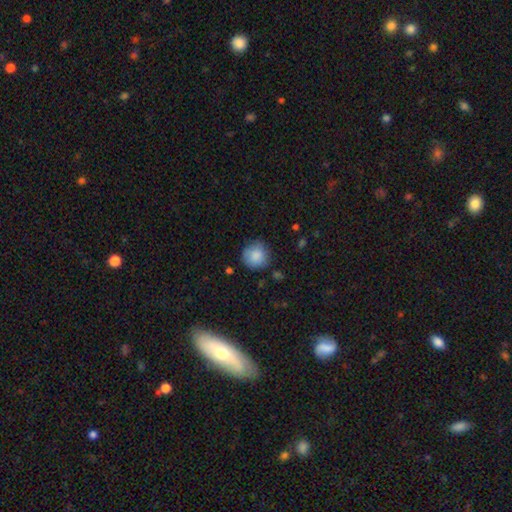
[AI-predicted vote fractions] Smooth or featured?
  - smooth: 86% *
  - star or artifact: 8%
  - featured or disk: 6%
How rounded?
  - round: 91% *
  - in between: 8%
  - cigar-shaped: 1%
Merging?
  - none: 77% *
  - minor disturbance: 17%
  - major disturbance: 4%
  - merger: 2%